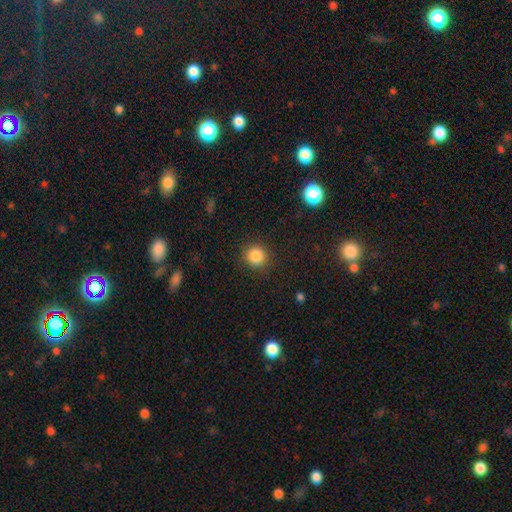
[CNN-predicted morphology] Overall: smooth (85%). How rounded: round (91%). Merging: none (89%).